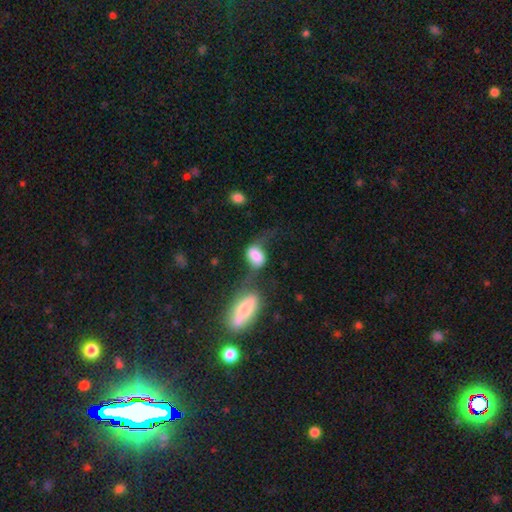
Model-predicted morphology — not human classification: The model was most divided on "merging": merger: 37%, none: 23%, major disturbance: 23%, minor disturbance: 17%. More confident: how rounded — in between (83%); smooth or featured — smooth (65%).